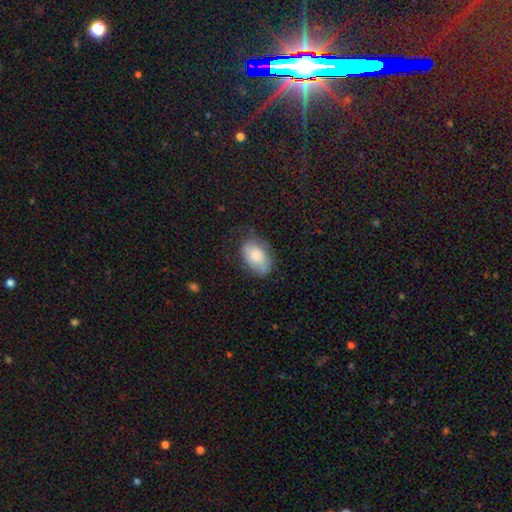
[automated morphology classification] This is likely a smooth galaxy (70%). How rounded: clearly in between (88%). Merging: possibly none (59%).